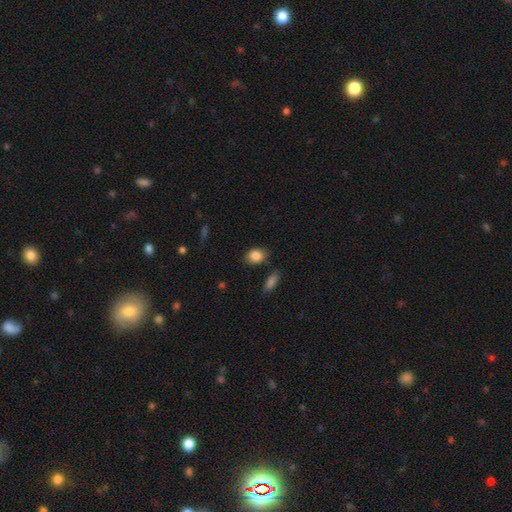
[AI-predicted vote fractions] A smooth galaxy with no disk features (87%) that is in between round and cigar-shaped (66%).

Vote fractions:
- Smooth or featured? smooth: 87% / star or artifact: 8% / featured or disk: 5%
- How rounded? in between: 66% / round: 32% / cigar-shaped: 2%
- Merging? none: 74% / minor disturbance: 17% / merger: 5% / major disturbance: 4%